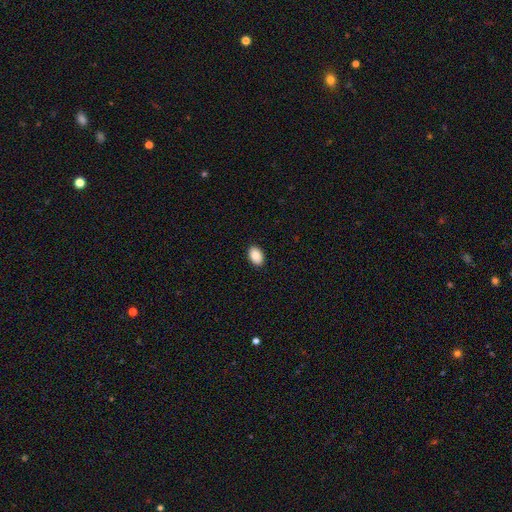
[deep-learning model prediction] smooth-or-featured: smooth: 88% | star or artifact: 7% | featured or disk: 5%
  how-rounded: in between: 89% | round: 10% | cigar-shaped: 1%
  merging: none: 91% | minor disturbance: 7% | major disturbance: 2% | merger: 1%